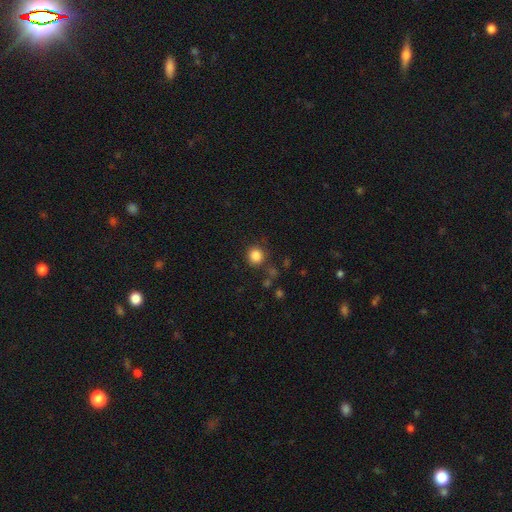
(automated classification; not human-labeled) Overall: smooth (85%). How rounded: round (91%). Merging: none (82%).